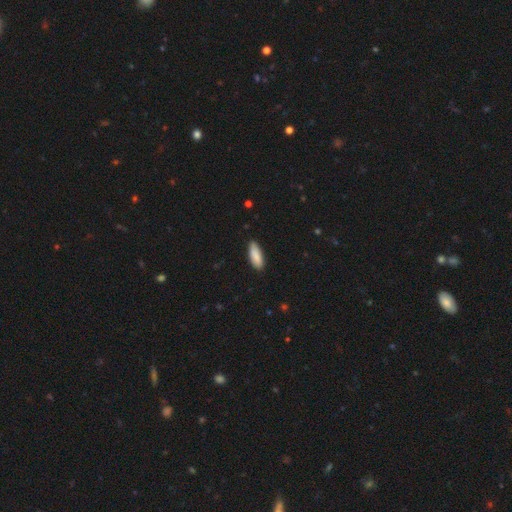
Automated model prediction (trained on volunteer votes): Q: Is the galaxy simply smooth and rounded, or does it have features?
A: smooth — 88%.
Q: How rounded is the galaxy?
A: in between — 67%.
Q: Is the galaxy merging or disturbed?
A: none — 83%.